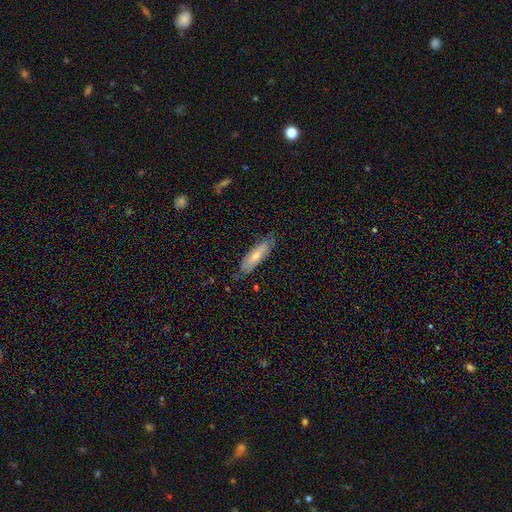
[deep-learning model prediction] smooth 61%, featured or disk 33%, star or artifact 6%. Down the decision tree: how rounded — cigar-shaped (52%); merging — none (76%).